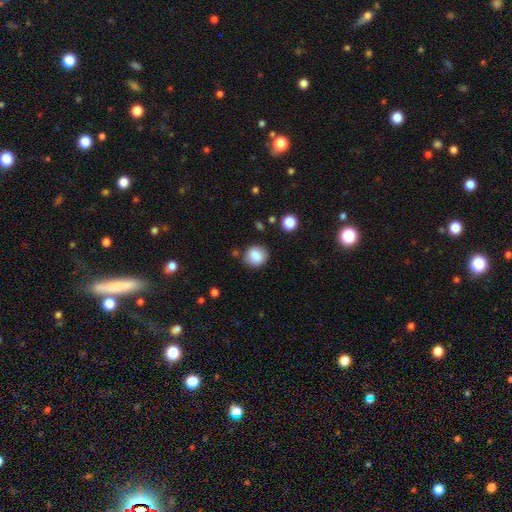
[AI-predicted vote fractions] The model was most divided on "how rounded": round: 82%, in between: 17%, cigar-shaped: 1%. More confident: smooth or featured — smooth (86%); merging — none (80%).